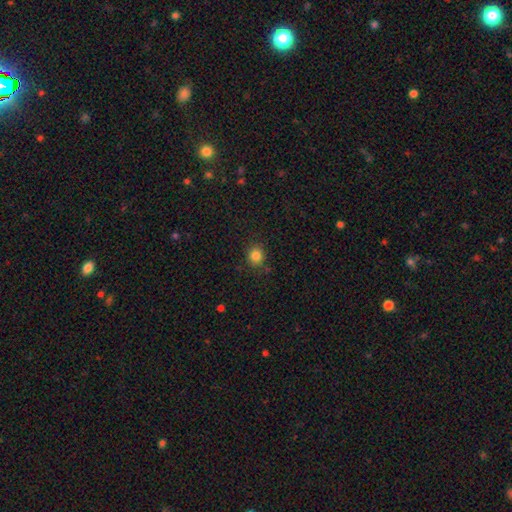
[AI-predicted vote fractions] The model was most divided on "how rounded": round: 83%, in between: 16%, cigar-shaped: 1%. More confident: smooth or featured — smooth (84%); merging — none (83%).